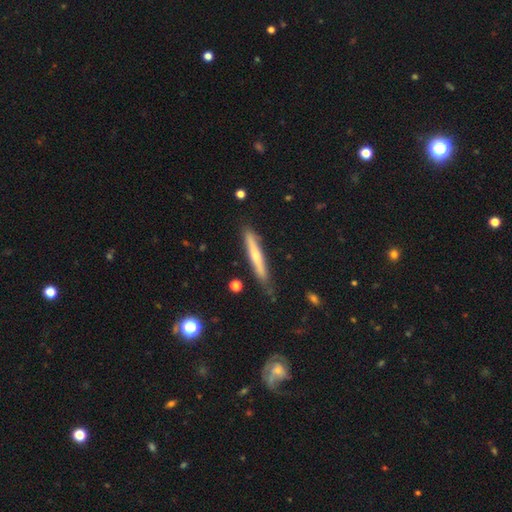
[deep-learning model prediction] This is possibly a smooth galaxy (53%). How rounded: clearly cigar-shaped (95%). Merging: likely none (78%).